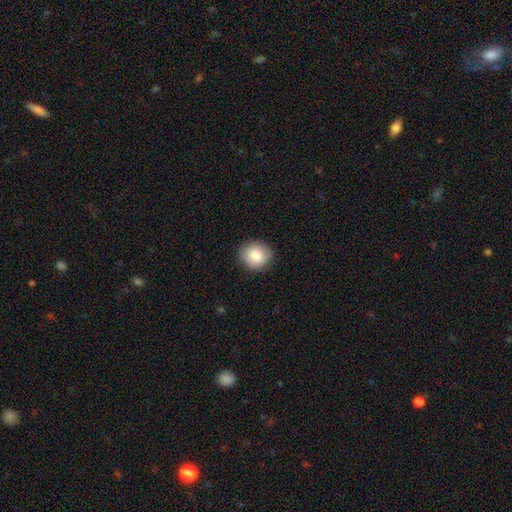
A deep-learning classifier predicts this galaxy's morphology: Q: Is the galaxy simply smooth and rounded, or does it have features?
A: smooth — 85%.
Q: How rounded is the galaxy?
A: round — 75%.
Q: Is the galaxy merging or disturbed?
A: none — 87%.